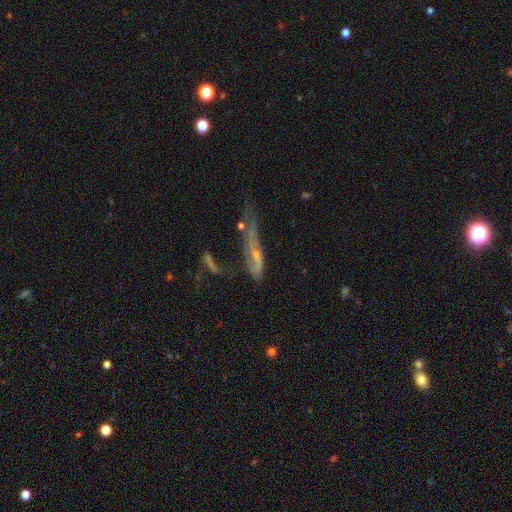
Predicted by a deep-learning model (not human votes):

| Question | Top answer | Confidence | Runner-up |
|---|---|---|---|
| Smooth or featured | featured or disk | 57% | smooth (30%) |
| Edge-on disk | no | 69% | yes (31%) |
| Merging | major disturbance | 40% | none (22%) |